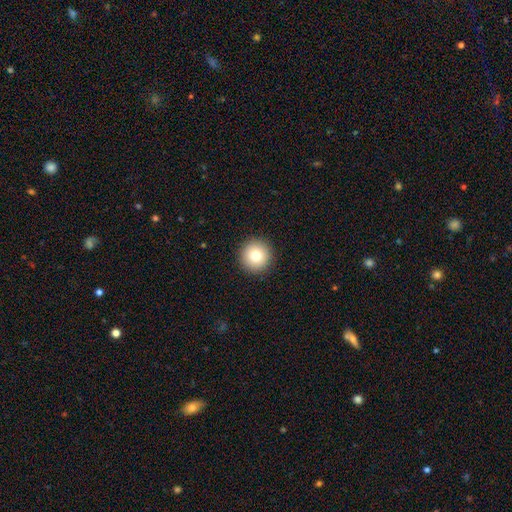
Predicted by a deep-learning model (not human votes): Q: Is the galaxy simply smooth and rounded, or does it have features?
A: smooth — 79%.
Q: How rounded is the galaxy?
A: round — 96%.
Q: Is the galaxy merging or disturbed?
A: none — 93%.